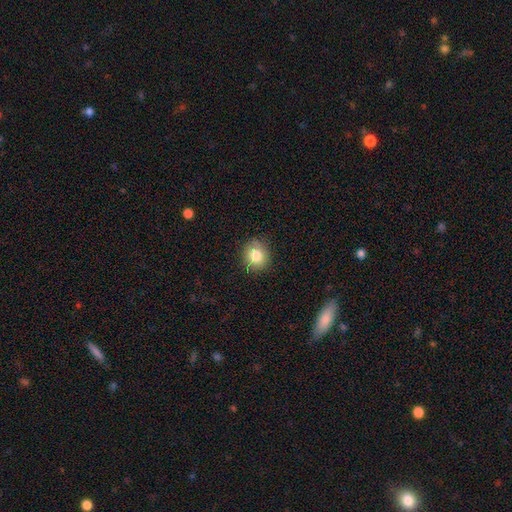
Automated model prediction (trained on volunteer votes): Smooth or featured: smooth — 82% (star or artifact — 10%)
How rounded: round — 81% (in between — 18%)
Merging: none — 83% (minor disturbance — 13%)